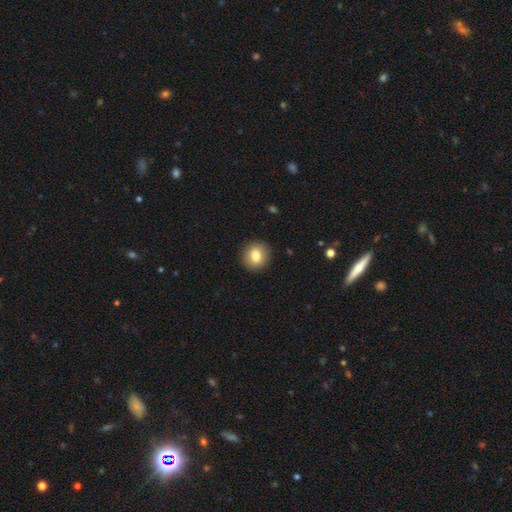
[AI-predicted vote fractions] Smooth or featured?
  - smooth: 81% *
  - featured or disk: 10%
  - star or artifact: 9%
How rounded?
  - round: 84% *
  - in between: 15%
  - cigar-shaped: 1%
Merging?
  - none: 91% *
  - minor disturbance: 6%
  - major disturbance: 2%
  - merger: 1%